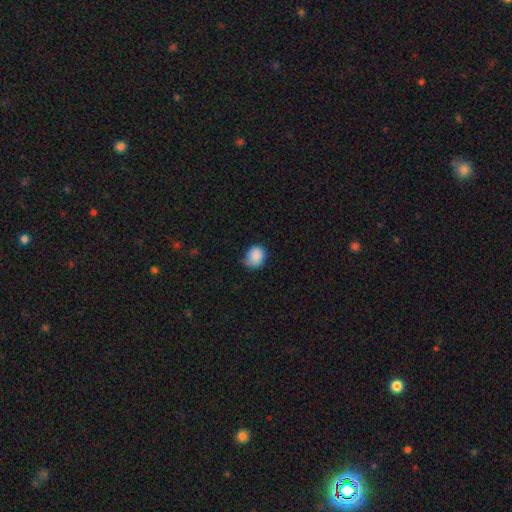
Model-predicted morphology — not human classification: Smooth or featured?
  - smooth: 87% *
  - star or artifact: 8%
  - featured or disk: 5%
How rounded?
  - round: 64% *
  - in between: 36%
  - cigar-shaped: 1%
Merging?
  - none: 51% *
  - minor disturbance: 39%
  - major disturbance: 9%
  - merger: 2%